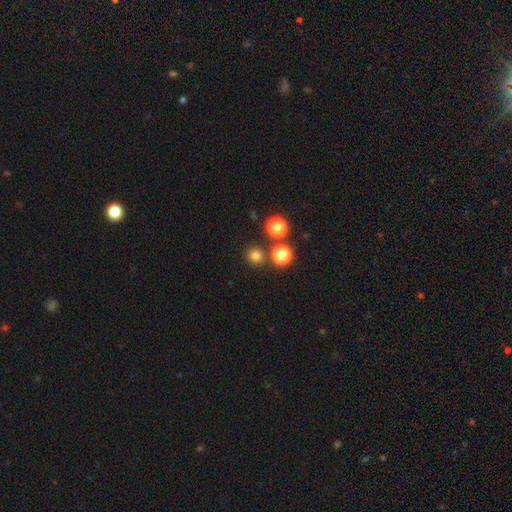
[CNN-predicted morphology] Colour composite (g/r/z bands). It shows a smooth galaxy with no disk features (77%) that is round (92%). Merging: none (83%).